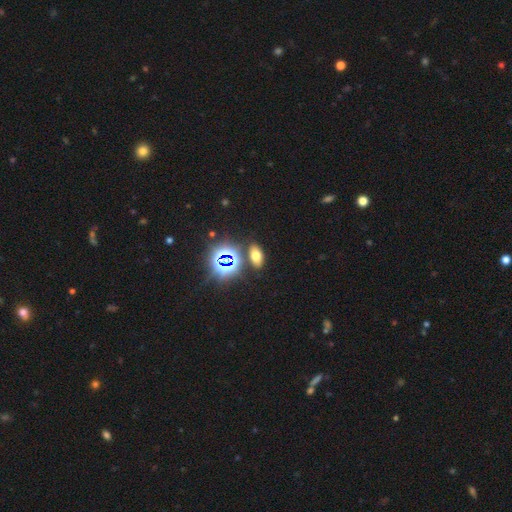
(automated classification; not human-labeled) Smooth or featured?
  - smooth: 54% *
  - star or artifact: 34%
  - featured or disk: 12%
How rounded?
  - in between: 85% *
  - round: 11%
  - cigar-shaped: 4%
Merging?
  - none: 82% *
  - minor disturbance: 9%
  - merger: 6%
  - major disturbance: 3%